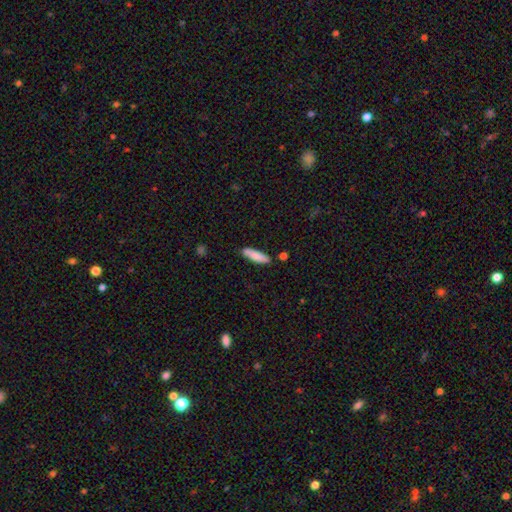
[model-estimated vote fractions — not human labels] Smooth or featured? smooth (81%)
How rounded? cigar-shaped (66%)
Merging? none (80%)